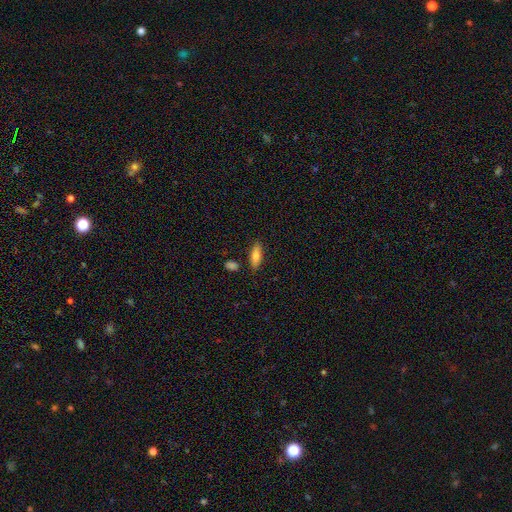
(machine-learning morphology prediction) Smooth or featured: smooth — 76% (featured or disk — 17%)
How rounded: in between — 60% (cigar-shaped — 37%)
Merging: none — 82% (minor disturbance — 11%)